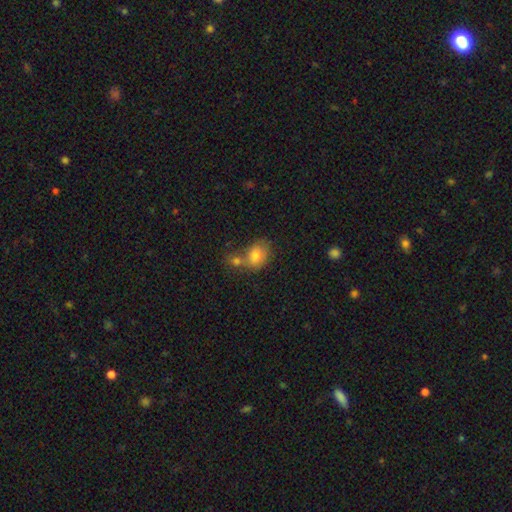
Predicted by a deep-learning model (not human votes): This is likely a smooth galaxy (79%). How rounded: likely in between (60%). Merging: marginally merger (40%).